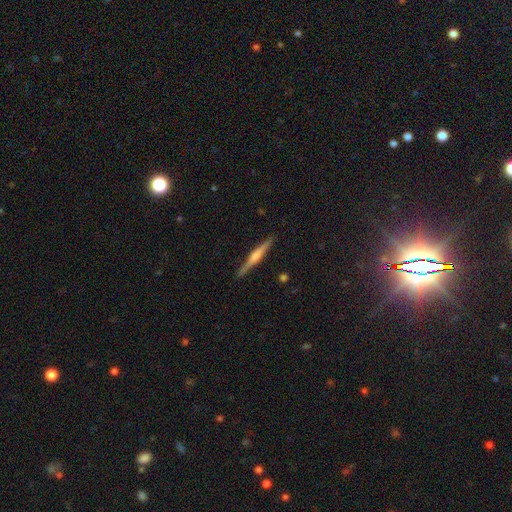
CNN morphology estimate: Smooth or featured? Predicted: featured or disk (p=0.77). Edge-on disk? Predicted: yes (p=0.98). Edge-on bulge? Predicted: rounded (p=0.75). Merging? Predicted: none (p=0.92).